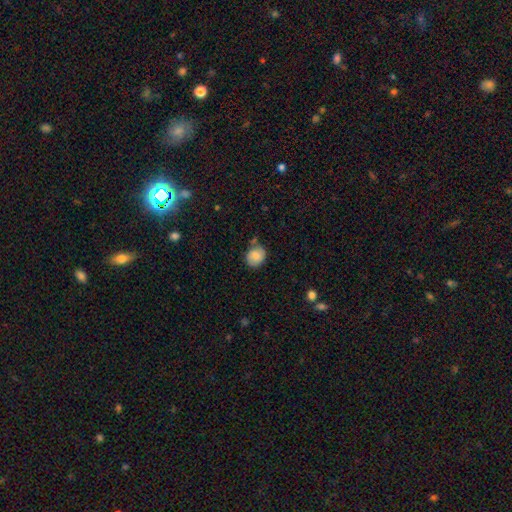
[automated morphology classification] Smooth or featured?
  - smooth: 79% *
  - featured or disk: 13%
  - star or artifact: 8%
How rounded?
  - round: 67% *
  - in between: 33%
  - cigar-shaped: 1%
Merging?
  - none: 65% *
  - minor disturbance: 21%
  - merger: 9%
  - major disturbance: 5%